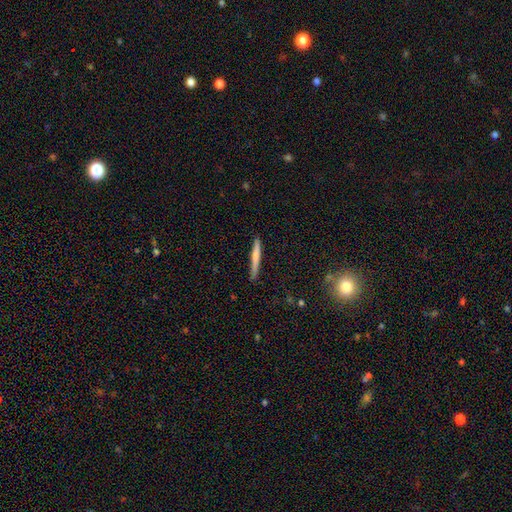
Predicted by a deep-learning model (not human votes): Smooth or featured?
  - smooth: 62% *
  - featured or disk: 32%
  - star or artifact: 6%
How rounded?
  - cigar-shaped: 96% *
  - in between: 3%
  - round: 1%
Merging?
  - none: 87% *
  - minor disturbance: 10%
  - major disturbance: 2%
  - merger: 1%